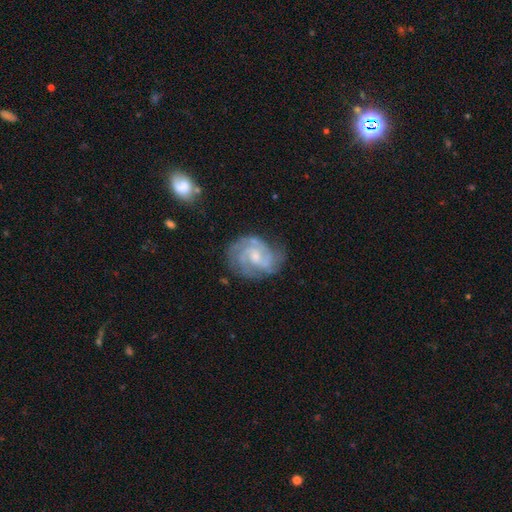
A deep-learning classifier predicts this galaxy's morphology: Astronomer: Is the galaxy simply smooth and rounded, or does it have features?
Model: featured or disk — 85%.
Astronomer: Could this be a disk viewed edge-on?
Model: no — 98%.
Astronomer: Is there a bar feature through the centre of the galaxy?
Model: no — 51% (runner-up: weak, 42%).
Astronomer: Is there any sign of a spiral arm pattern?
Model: yes — 96%.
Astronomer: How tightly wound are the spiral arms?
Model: tight — 53% (runner-up: medium, 39%).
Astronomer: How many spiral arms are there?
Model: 3 — 35% (runner-up: 2, 28%).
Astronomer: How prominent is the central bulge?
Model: small — 49% (runner-up: moderate, 41%).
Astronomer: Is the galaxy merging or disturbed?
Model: none — 69%.